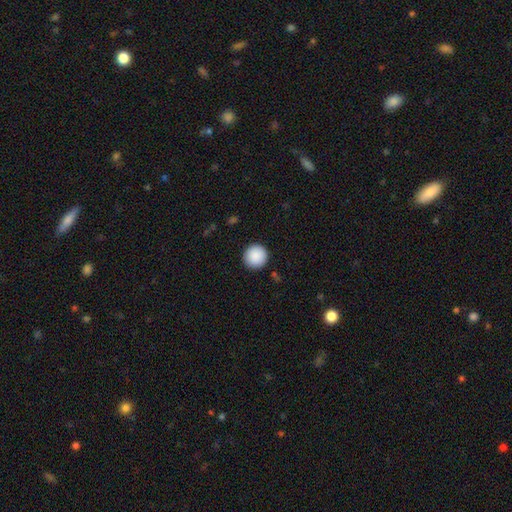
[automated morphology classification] The model was most divided on "smooth or featured": smooth: 90%, star or artifact: 8%, featured or disk: 3%. More confident: how rounded — round (96%); merging — none (92%).